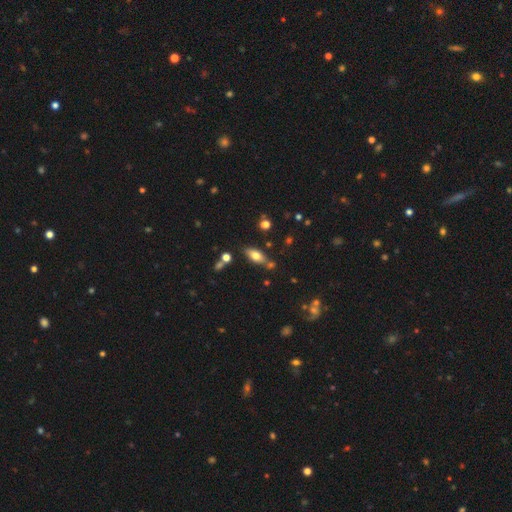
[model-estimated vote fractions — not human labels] This appears to be a smooth galaxy with no disk features (71%) that is in between round and cigar-shaped (82%). Merging: none (71%).